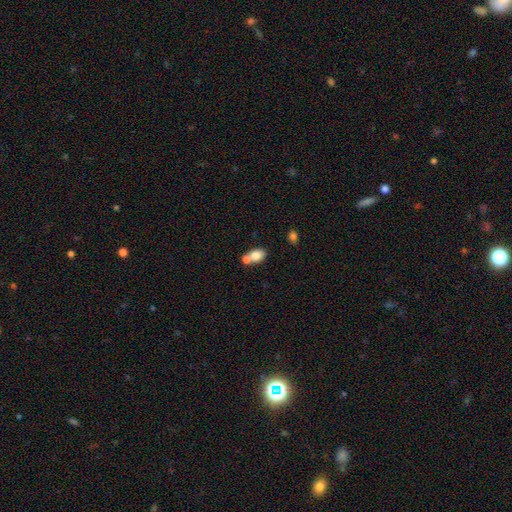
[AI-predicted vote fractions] Smooth or featured? smooth (78%)
How rounded? in between (79%)
Merging? merger (50%)